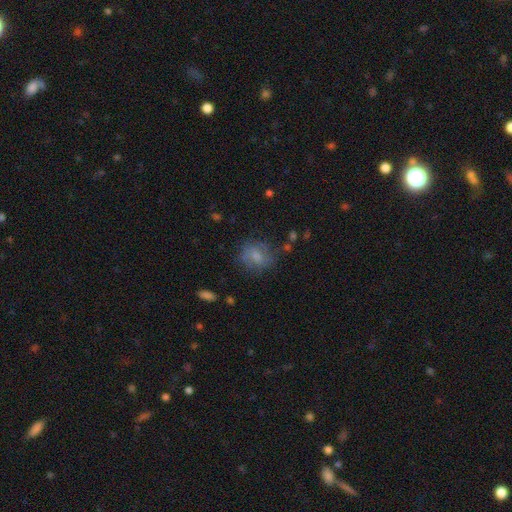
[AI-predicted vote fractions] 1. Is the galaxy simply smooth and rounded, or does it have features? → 67% smooth, 23% featured or disk, 10% star or artifact.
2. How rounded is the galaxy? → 58% round, 40% in between, 2% cigar-shaped.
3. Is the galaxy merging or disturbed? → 65% none, 21% minor disturbance, 11% major disturbance, 3% merger.